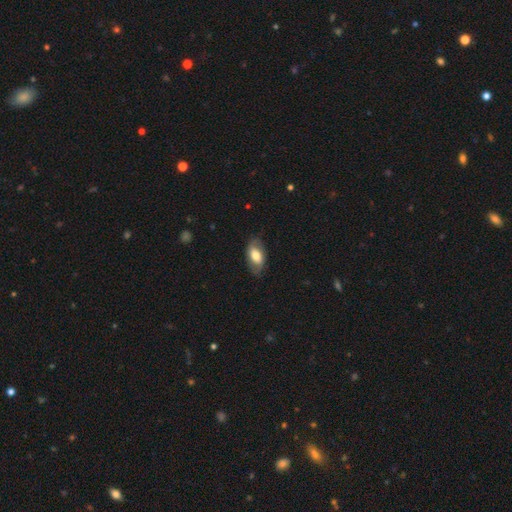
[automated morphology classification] A smooth galaxy with no disk features (64%) that is in between round and cigar-shaped (91%). Merging: none (77%).